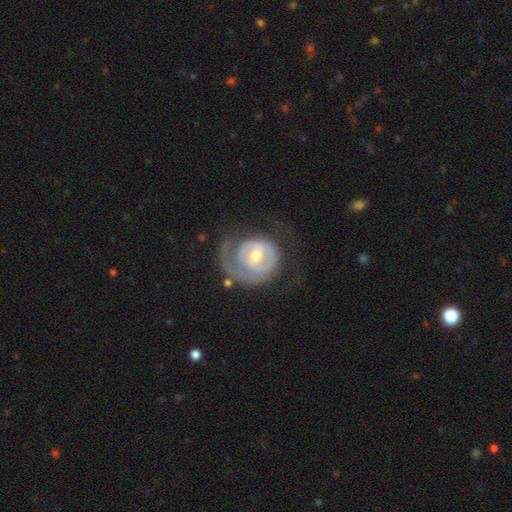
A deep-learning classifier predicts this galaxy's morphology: Smooth or featured? featured or disk (71%)
Edge-on disk? no (97%)
Bar? weak (47%)
Spiral arms? yes (74%)
Spiral winding? tight (59%)
Spiral arm count? 1 (41%)
Bulge size? moderate (56%)
Merging? none (43%)